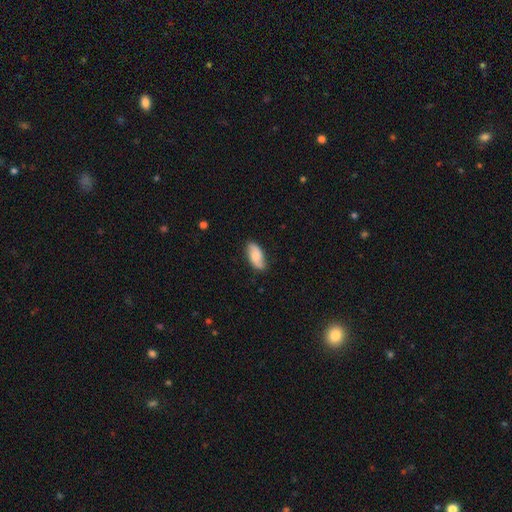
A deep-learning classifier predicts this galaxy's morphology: Smooth or featured? smooth (60%)
How rounded? in between (89%)
Merging? none (79%)